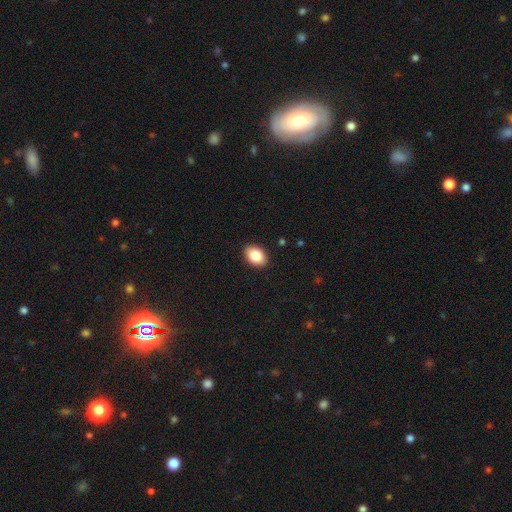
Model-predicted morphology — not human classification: Smooth or featured? Predicted: smooth (p=0.86). How rounded? Predicted: in between (p=0.80). Merging? Predicted: none (p=0.89).